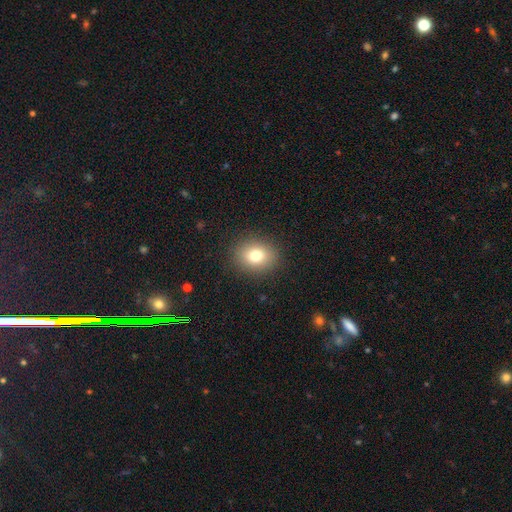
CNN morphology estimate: type=smooth (78%); roundness=round (58%); merging=none (89%).